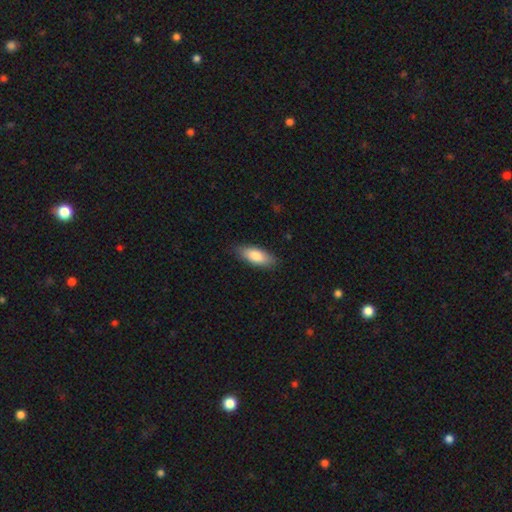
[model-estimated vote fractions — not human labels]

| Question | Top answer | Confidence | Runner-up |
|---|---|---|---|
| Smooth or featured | smooth | 82% | featured or disk (12%) |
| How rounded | in between | 76% | cigar-shaped (22%) |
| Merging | none | 84% | minor disturbance (13%) |